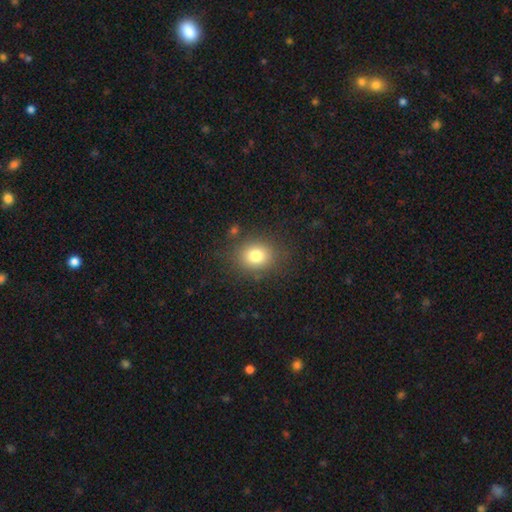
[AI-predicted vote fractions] Overall: smooth (78%). How rounded: round (66%; in between 33%). Merging: none (83%).